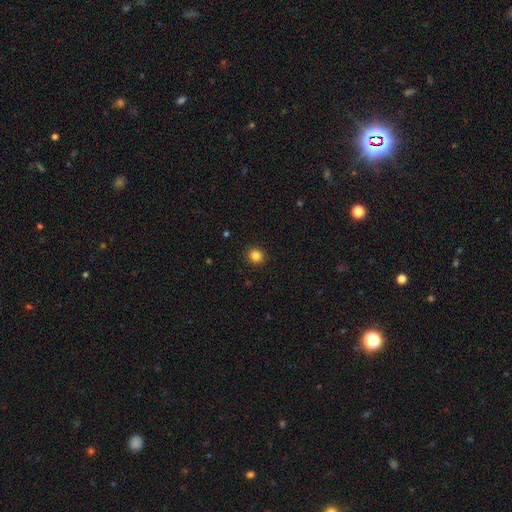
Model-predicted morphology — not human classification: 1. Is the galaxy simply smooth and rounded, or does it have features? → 84% smooth, 12% star or artifact, 4% featured or disk.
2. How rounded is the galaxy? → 91% round, 8% in between, 1% cigar-shaped.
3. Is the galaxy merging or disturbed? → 92% none, 5% minor disturbance, 2% major disturbance, 1% merger.